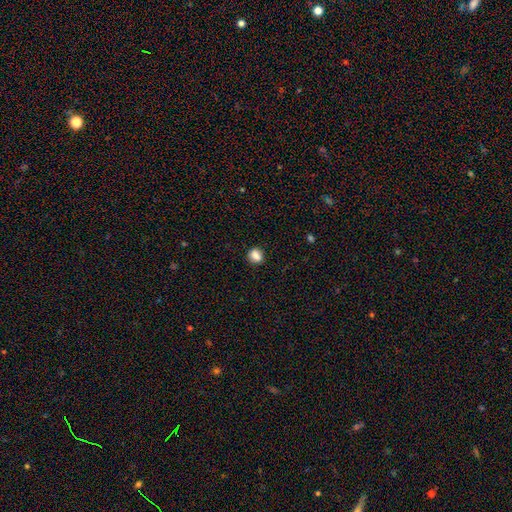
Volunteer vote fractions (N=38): Overall: smooth (76%). How rounded: in between (52%; round 48%). Merging: none (72%).